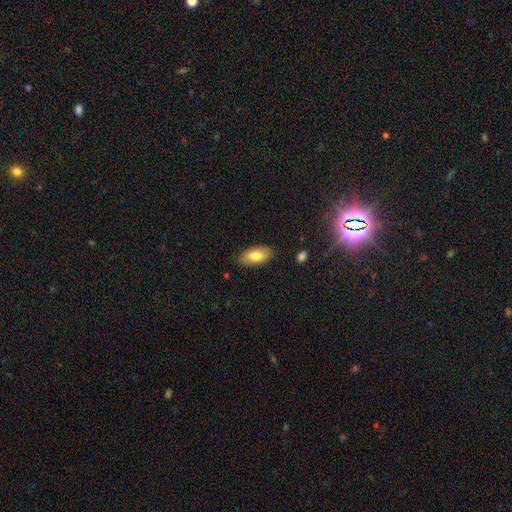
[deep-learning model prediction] Smooth or featured? smooth (81%)
How rounded? in between (93%)
Merging? none (84%)